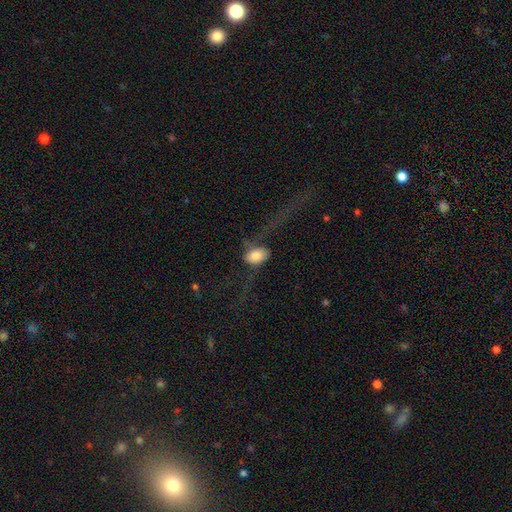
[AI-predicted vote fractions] smooth_or_featured: smooth (p=0.59) [alt: featured or disk p=0.33]
how_rounded: in between (p=0.84) [alt: round p=0.12]
merging: major disturbance (p=0.45) [alt: none p=0.33]